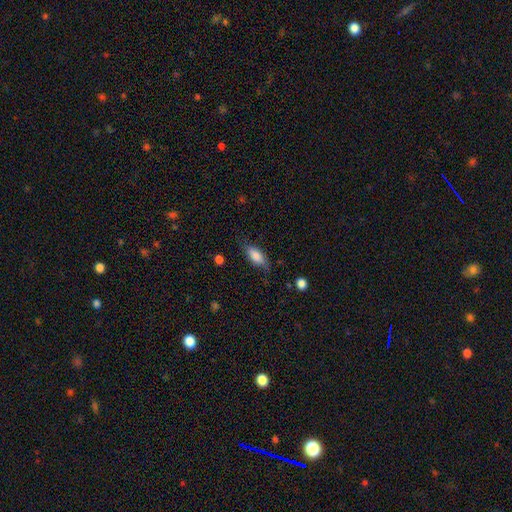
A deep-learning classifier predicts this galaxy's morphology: Q: Smooth or featured?
A: smooth (78%); runner-up: featured or disk (15%)
Q: How rounded?
A: in between (78%); runner-up: cigar-shaped (19%)
Q: Merging?
A: none (71%); runner-up: minor disturbance (22%)